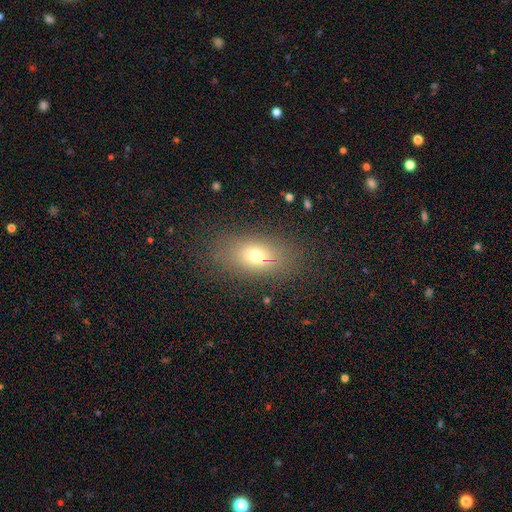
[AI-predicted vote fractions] smooth_or_featured: smooth (p=0.70) [alt: featured or disk p=0.17]
how_rounded: in between (p=0.82) [alt: round p=0.12]
merging: none (p=0.81) [alt: minor disturbance p=0.12]